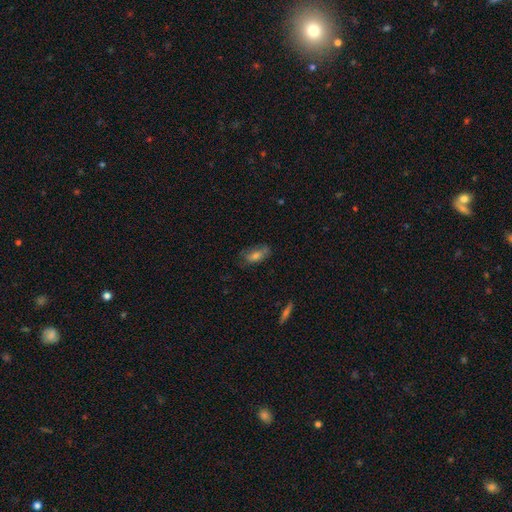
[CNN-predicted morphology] Smooth or featured: smooth — 62% (featured or disk — 27%)
How rounded: in between — 80% (cigar-shaped — 15%)
Merging: none — 65% (minor disturbance — 25%)